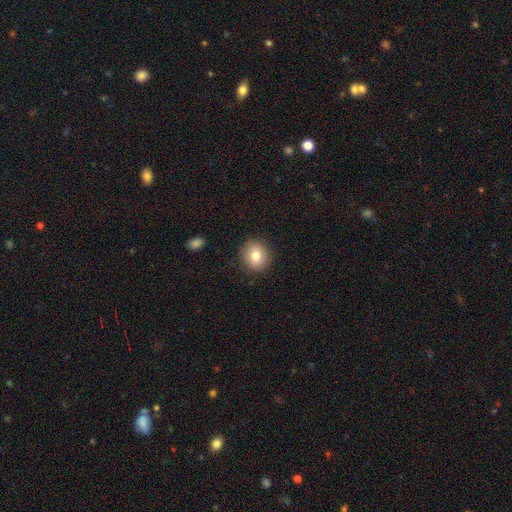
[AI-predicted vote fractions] A smooth galaxy with no disk features (80%) that is round (78%). Merging: none (88%).